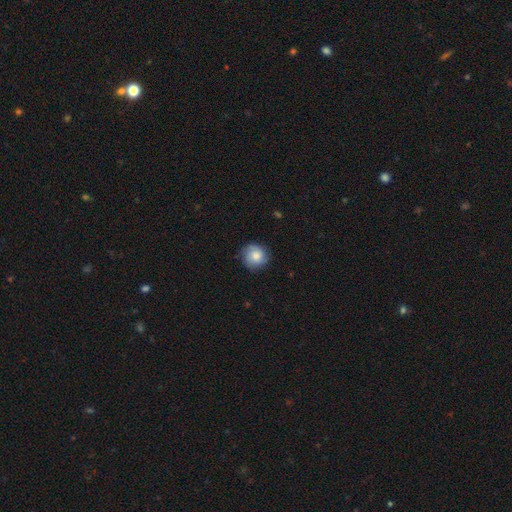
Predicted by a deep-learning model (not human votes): smooth_or_featured: smooth (p=0.73) [alt: featured or disk p=0.20]
how_rounded: round (p=0.90) [alt: in between p=0.09]
merging: none (p=0.80) [alt: minor disturbance p=0.16]